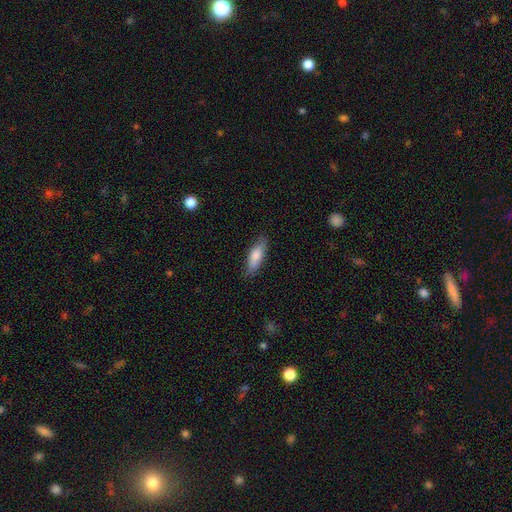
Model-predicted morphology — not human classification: This appears to be a smooth galaxy with no disk features (74%) that is cigar-shaped (50%). Merging: none (82%).